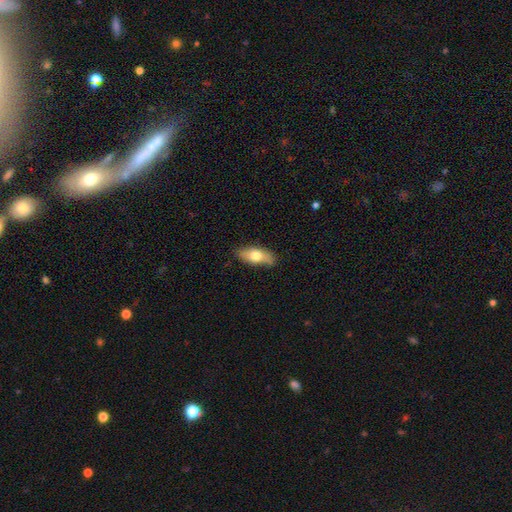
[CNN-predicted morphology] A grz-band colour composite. It shows a smooth galaxy with no disk features (66%) that is in between round and cigar-shaped (80%). Merging: none (80%).